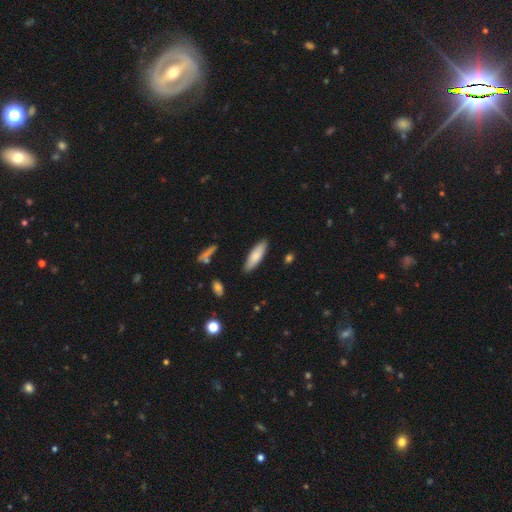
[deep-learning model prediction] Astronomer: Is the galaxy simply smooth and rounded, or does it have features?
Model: smooth — 81%.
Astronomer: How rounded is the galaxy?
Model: cigar-shaped — 51% (runner-up: in between, 48%).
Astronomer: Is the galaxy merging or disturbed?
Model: none — 87%.